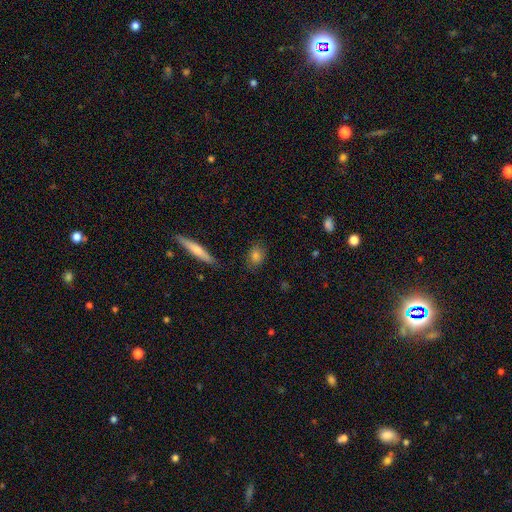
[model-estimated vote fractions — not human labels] A smooth galaxy with no disk features (80%) that is in between round and cigar-shaped (66%). Merging: none (82%).